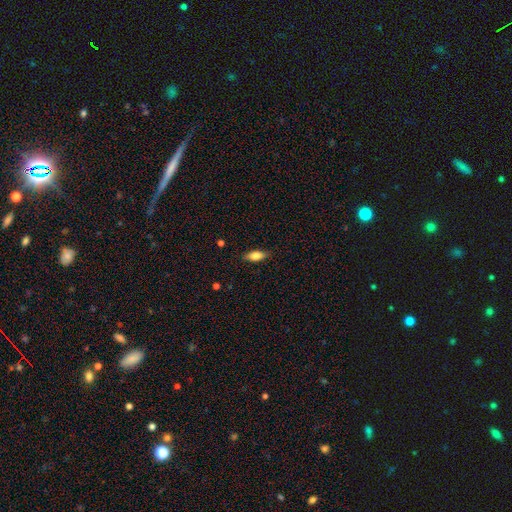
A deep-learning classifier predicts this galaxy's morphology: A smooth galaxy with no disk features (73%) that is in between round and cigar-shaped (75%).

Vote fractions:
- Smooth or featured? smooth: 73% / featured or disk: 20% / star or artifact: 7%
- How rounded? in between: 75% / cigar-shaped: 21% / round: 3%
- Merging? none: 84% / minor disturbance: 12% / major disturbance: 3% / merger: 1%